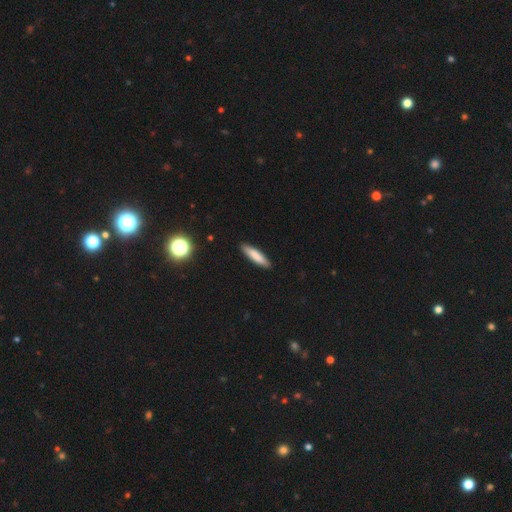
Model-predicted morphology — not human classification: smooth 82%, featured or disk 12%, star or artifact 6%. Down the decision tree: how rounded — cigar-shaped (79%); merging — none (90%).